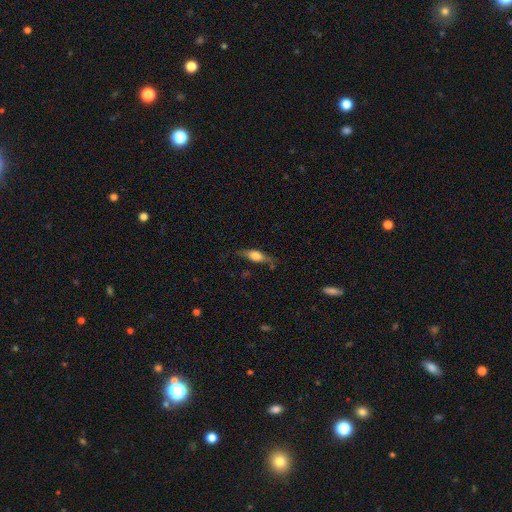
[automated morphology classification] Smooth or featured? Predicted: smooth (p=0.57). How rounded? Predicted: in between (p=0.50). Merging? Predicted: none (p=0.69).